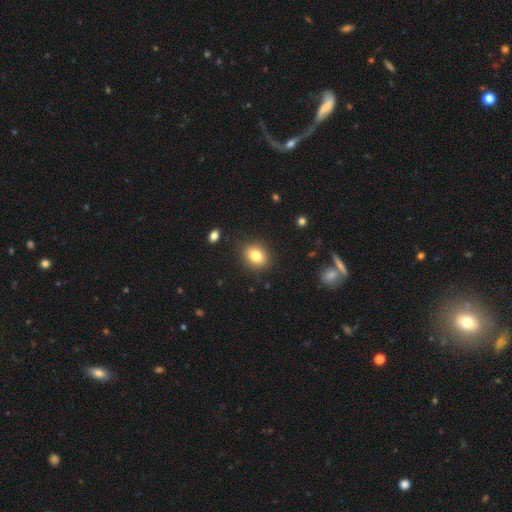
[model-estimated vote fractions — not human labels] The model was most divided on "how rounded": round: 52%, in between: 47%, cigar-shaped: 1%. More confident: merging — none (87%); smooth or featured — smooth (81%).